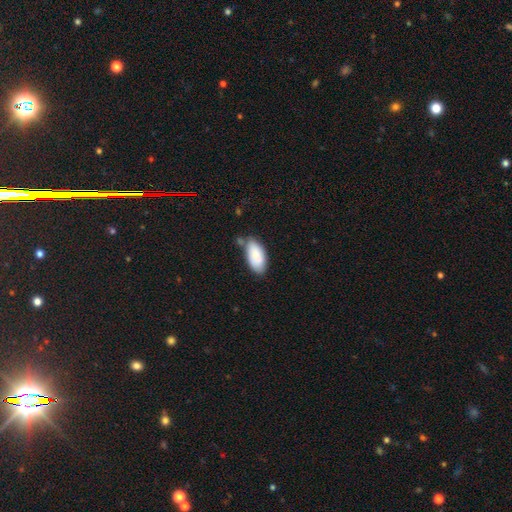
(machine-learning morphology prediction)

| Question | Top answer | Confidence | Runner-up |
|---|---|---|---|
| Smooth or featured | smooth | 85% | featured or disk (8%) |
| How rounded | in between | 92% | cigar-shaped (6%) |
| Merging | none | 62% | minor disturbance (24%) |